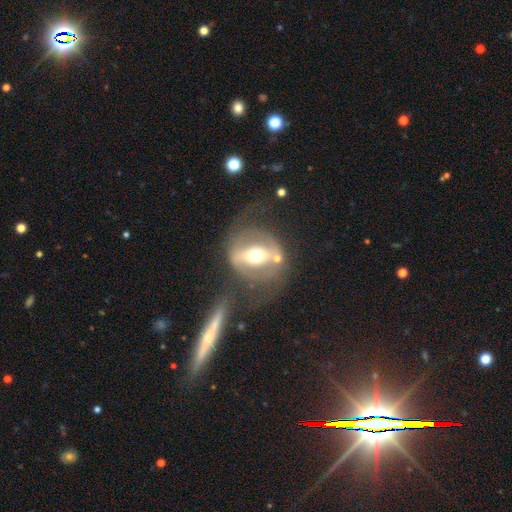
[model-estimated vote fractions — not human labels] This is likely a featured or disk galaxy (71%). It is clearly not viewed edge-on (89%). Bar: possibly strong (60%). Spiral arm pattern: possibly no (50%, tied with yes). Central bulge: likely moderate (69%). Merging: possibly none (51%).